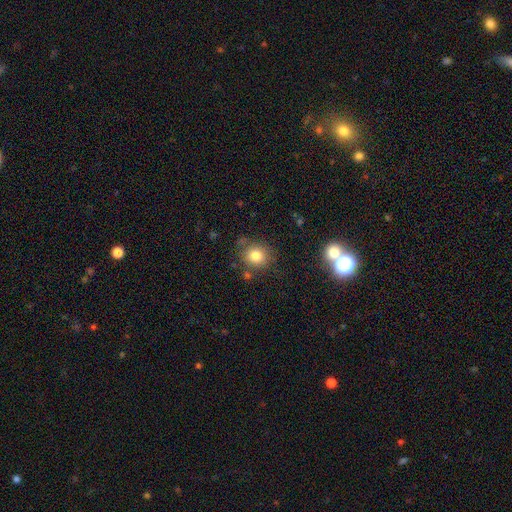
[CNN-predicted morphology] smooth-or-featured: smooth: 80% | star or artifact: 12% | featured or disk: 8%
  how-rounded: round: 83% | in between: 16% | cigar-shaped: 1%
  merging: none: 78% | minor disturbance: 12% | merger: 5% | major disturbance: 4%